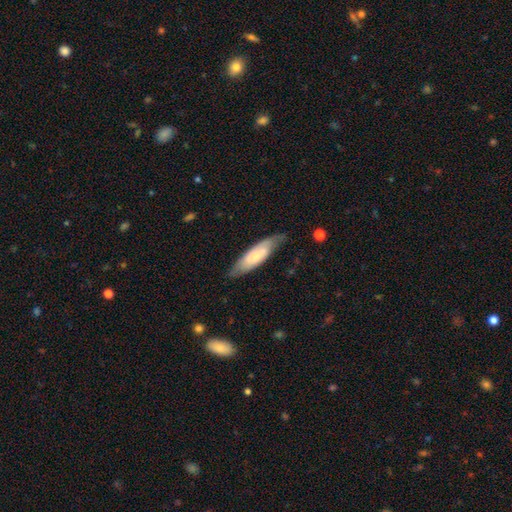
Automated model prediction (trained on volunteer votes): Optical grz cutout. It shows a smooth galaxy with no disk features (54%) that is cigar-shaped (53%). Merging: none (73%).